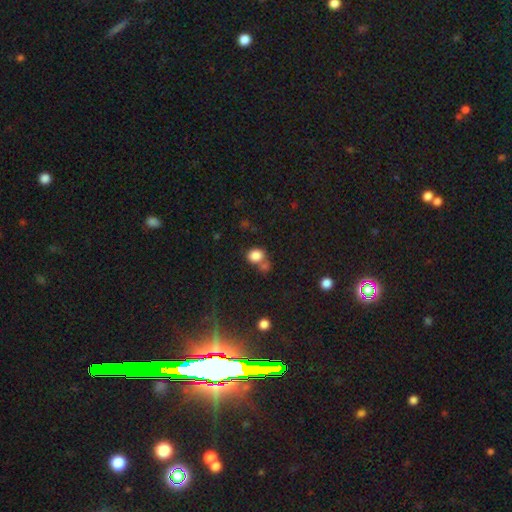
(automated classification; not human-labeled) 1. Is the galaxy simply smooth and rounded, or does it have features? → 84% smooth, 10% star or artifact, 5% featured or disk.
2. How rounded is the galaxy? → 57% round, 42% in between, 1% cigar-shaped.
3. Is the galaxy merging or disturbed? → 52% none, 32% merger, 12% minor disturbance, 5% major disturbance.